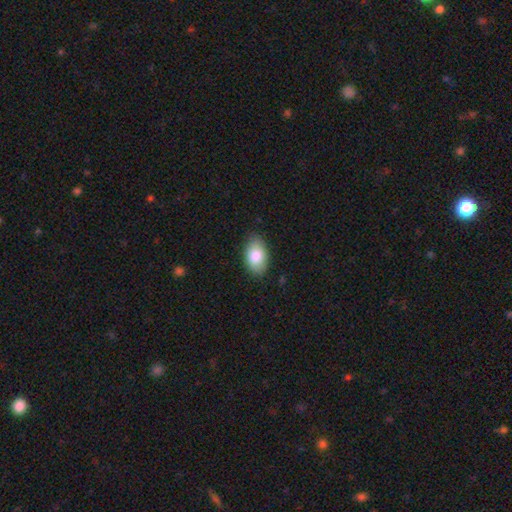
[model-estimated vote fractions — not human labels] smooth 82%, featured or disk 11%, star or artifact 7%. Down the decision tree: how rounded — in between (92%); merging — none (85%).